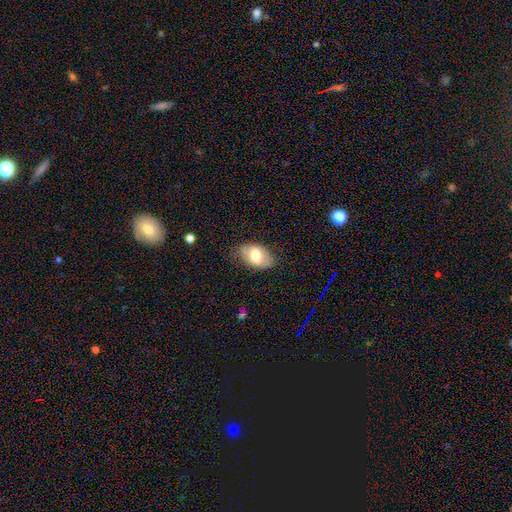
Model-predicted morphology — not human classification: Smooth or featured: smooth — 69% (featured or disk — 25%)
How rounded: in between — 92% (round — 7%)
Merging: none — 75% (minor disturbance — 20%)